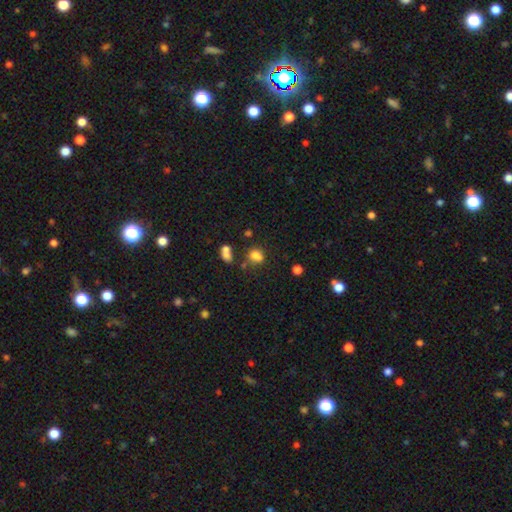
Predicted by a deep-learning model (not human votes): A smooth galaxy with no disk features (75%) that is in between round and cigar-shaped (53%).

Vote fractions:
- Smooth or featured? smooth: 75% / star or artifact: 15% / featured or disk: 10%
- How rounded? in between: 53% / round: 46% / cigar-shaped: 2%
- Merging? none: 48% / merger: 24% / minor disturbance: 19% / major disturbance: 9%